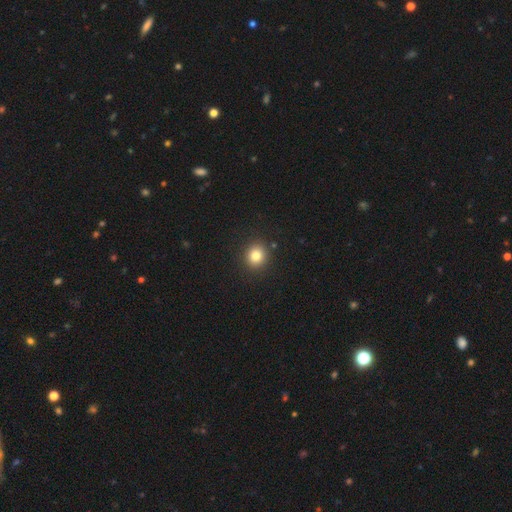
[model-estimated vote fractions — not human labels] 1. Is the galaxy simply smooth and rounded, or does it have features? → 81% smooth, 12% star or artifact, 7% featured or disk.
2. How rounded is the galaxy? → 86% round, 13% in between, 1% cigar-shaped.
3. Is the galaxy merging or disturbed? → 90% none, 6% minor disturbance, 2% major disturbance, 1% merger.